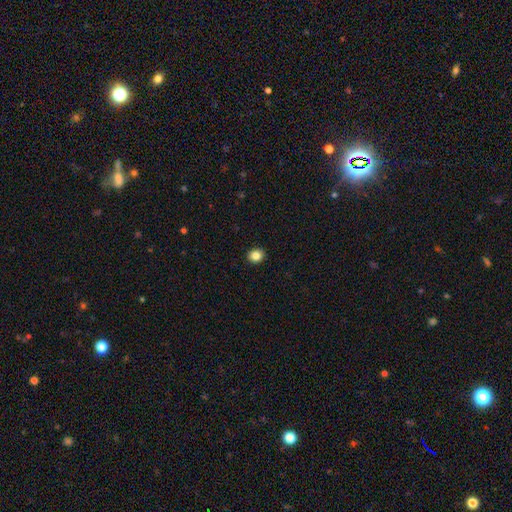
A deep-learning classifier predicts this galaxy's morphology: smooth-or-featured: smooth: 85% | star or artifact: 10% | featured or disk: 5%
  how-rounded: round: 63% | in between: 36% | cigar-shaped: 1%
  merging: none: 92% | minor disturbance: 6% | major disturbance: 2% | merger: 1%